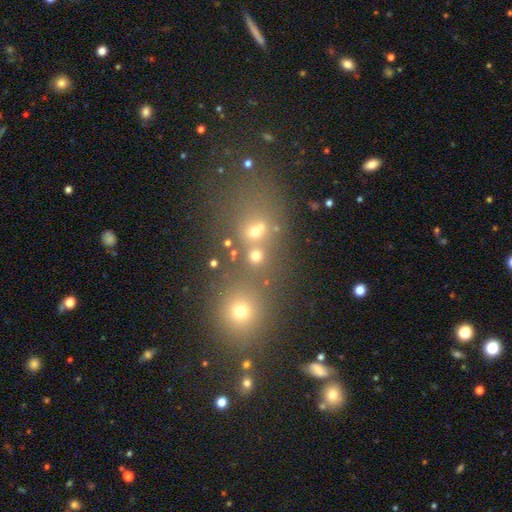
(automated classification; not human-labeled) This appears to be a smooth galaxy with no disk features (65%) that is round (79%). Merging: none (49%).